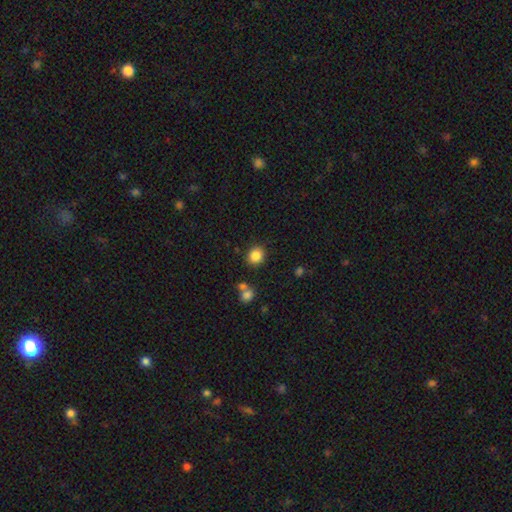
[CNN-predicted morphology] Overall: smooth (85%). How rounded: round (77%). Merging: none (84%).